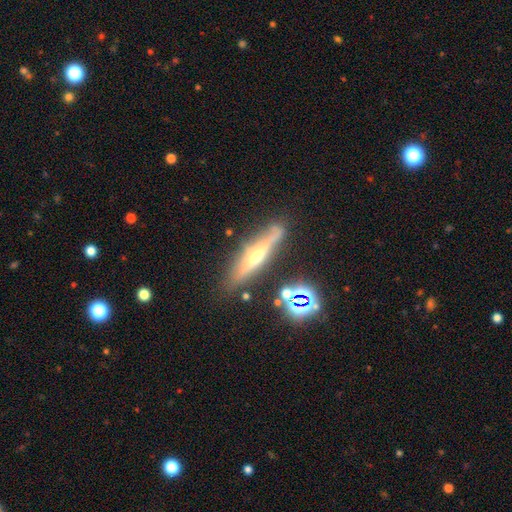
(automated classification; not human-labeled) smooth-or-featured: featured or disk: 66% | smooth: 23% | star or artifact: 11%
  disk-edge-on: yes: 91% | no: 9%
    edge-on-bulge: rounded: 80% | none: 13% | boxy: 7%
  merging: none: 76% | minor disturbance: 15% | merger: 5% | major disturbance: 4%